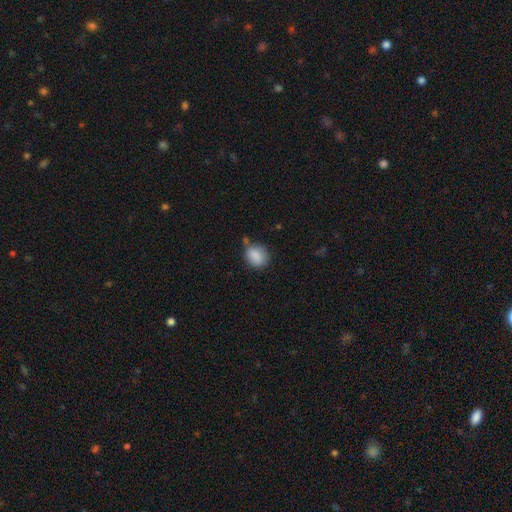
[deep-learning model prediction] A smooth galaxy with no disk features (87%) that is round (56%). Merging: none (69%).